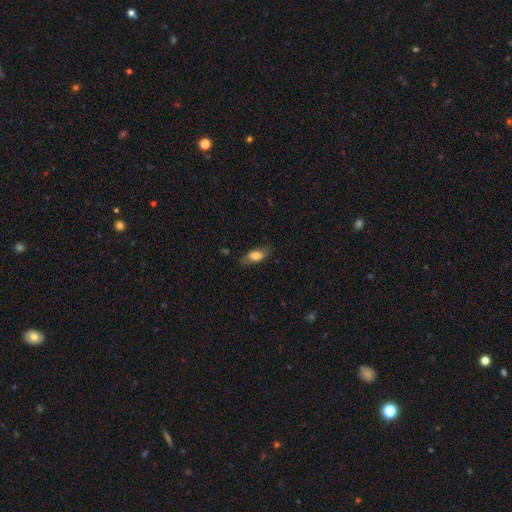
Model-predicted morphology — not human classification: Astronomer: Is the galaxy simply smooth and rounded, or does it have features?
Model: smooth — 74%.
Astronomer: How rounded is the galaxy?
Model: in between — 82%.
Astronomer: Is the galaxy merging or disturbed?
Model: none — 72%.